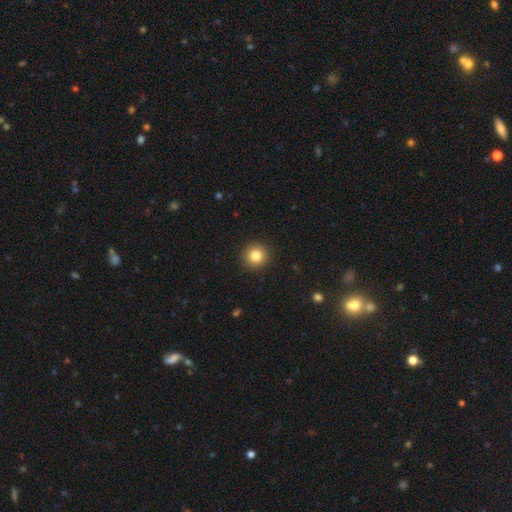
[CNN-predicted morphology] smooth_or_featured: smooth (p=0.83) [alt: star or artifact p=0.11]
how_rounded: round (p=0.94) [alt: in between p=0.05]
merging: none (p=0.92) [alt: minor disturbance p=0.05]